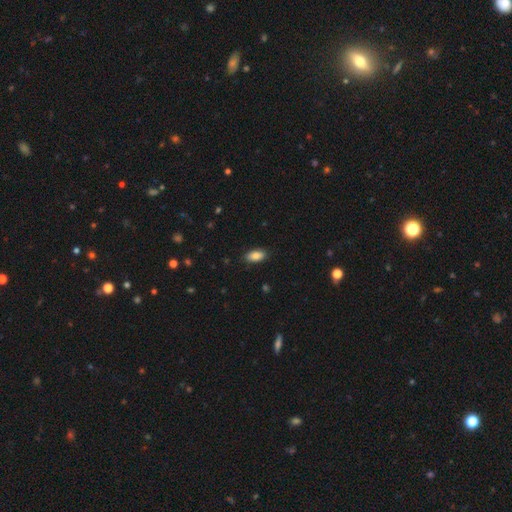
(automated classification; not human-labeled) Smooth or featured? smooth (86%)
How rounded? in between (91%)
Merging? none (87%)